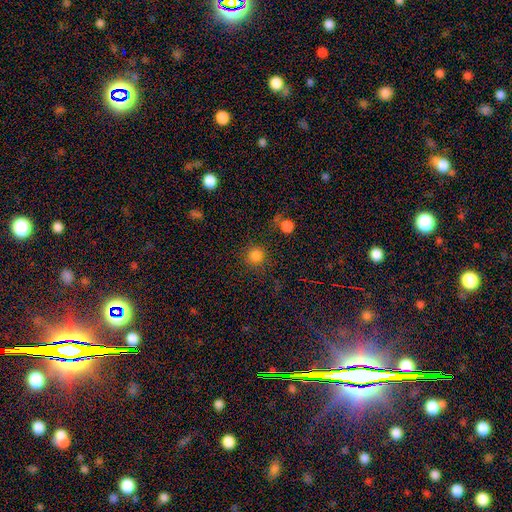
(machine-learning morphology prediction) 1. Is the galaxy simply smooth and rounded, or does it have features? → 82% smooth, 14% star or artifact, 4% featured or disk.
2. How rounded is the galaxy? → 94% round, 5% in between, 1% cigar-shaped.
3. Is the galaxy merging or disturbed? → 85% none, 8% minor disturbance, 4% major disturbance, 4% merger.